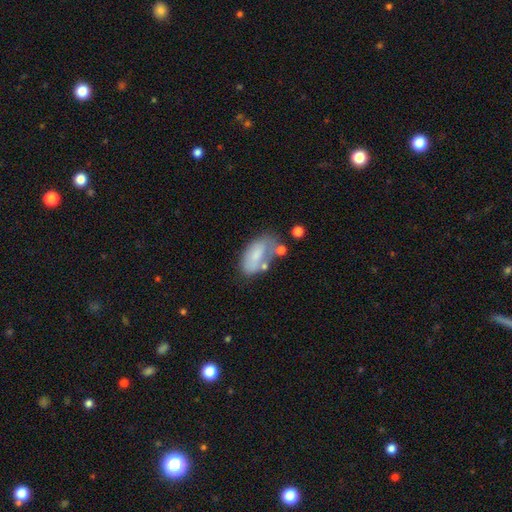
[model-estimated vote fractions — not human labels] Smooth or featured? smooth (66%)
How rounded? in between (91%)
Merging? none (40%)